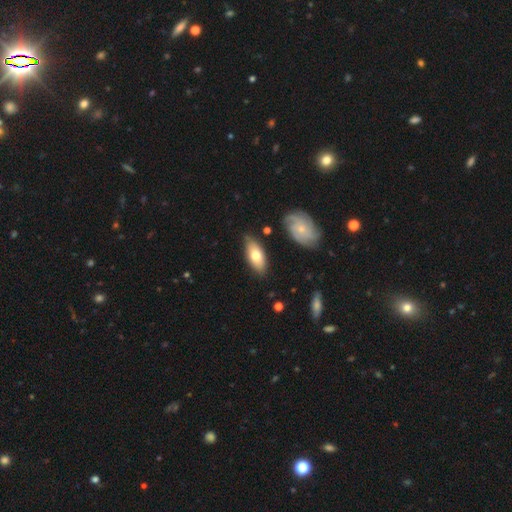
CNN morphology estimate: The model was most divided on "smooth or featured": smooth: 64%, featured or disk: 30%, star or artifact: 6%. More confident: how rounded — in between (84%); merging — none (79%).